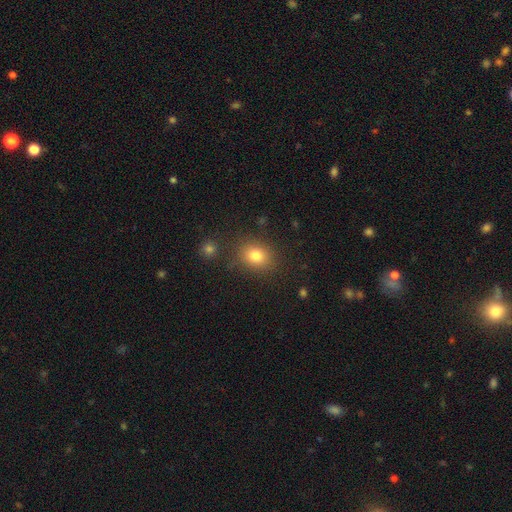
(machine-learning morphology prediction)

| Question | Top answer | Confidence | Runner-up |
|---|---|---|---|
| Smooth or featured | smooth | 80% | star or artifact (12%) |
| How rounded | round | 55% | in between (44%) |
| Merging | none | 81% | minor disturbance (11%) |